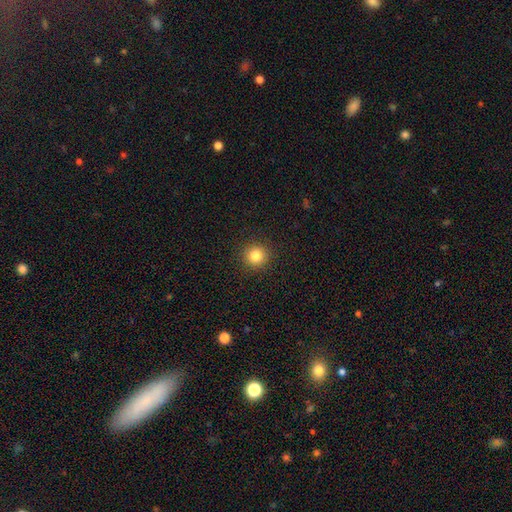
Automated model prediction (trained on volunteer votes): This is clearly a smooth galaxy (83%). How rounded: clearly round (94%). Merging: clearly none (92%).